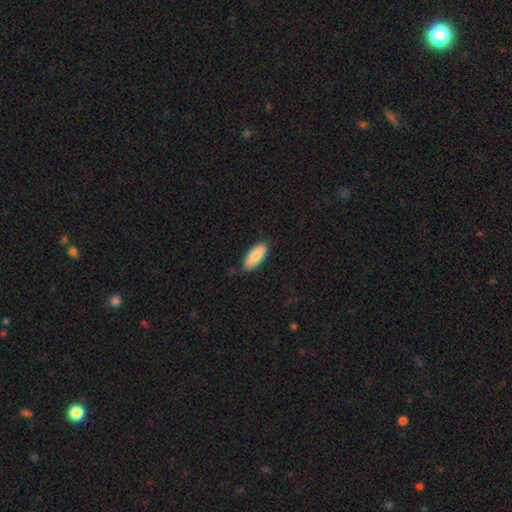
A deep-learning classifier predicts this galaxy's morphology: This is clearly a smooth galaxy (84%). How rounded: clearly in between (83%). Merging: clearly none (84%).